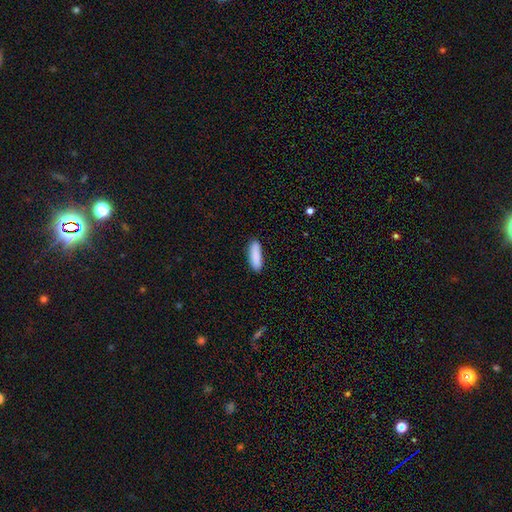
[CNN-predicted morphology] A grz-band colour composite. It shows a smooth galaxy with no disk features (89%) that is cigar-shaped (55%). Merging: none (88%).